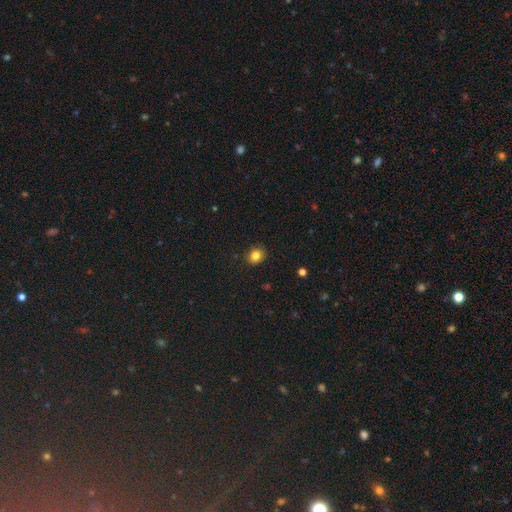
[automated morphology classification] Smooth or featured?
  - smooth: 83% *
  - star or artifact: 11%
  - featured or disk: 6%
How rounded?
  - round: 72% *
  - in between: 27%
  - cigar-shaped: 1%
Merging?
  - none: 89% *
  - minor disturbance: 8%
  - major disturbance: 2%
  - merger: 1%